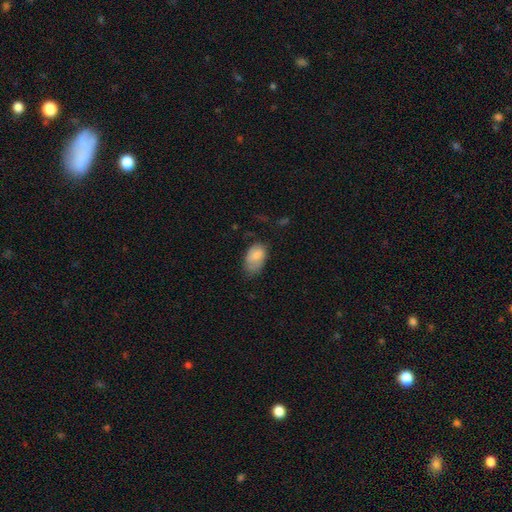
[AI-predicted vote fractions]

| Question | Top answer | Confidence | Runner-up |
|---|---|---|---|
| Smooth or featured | smooth | 81% | featured or disk (12%) |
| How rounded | in between | 92% | round (7%) |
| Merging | none | 46% | minor disturbance (37%) |